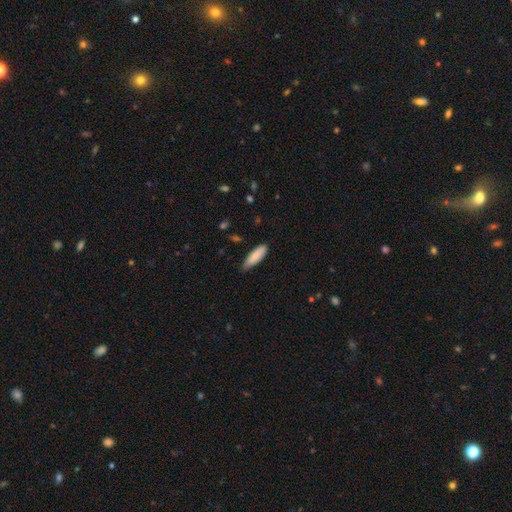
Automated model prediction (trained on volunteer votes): This appears to be a smooth galaxy with no disk features (84%) that is in between round and cigar-shaped (60%). Merging: none (69%).